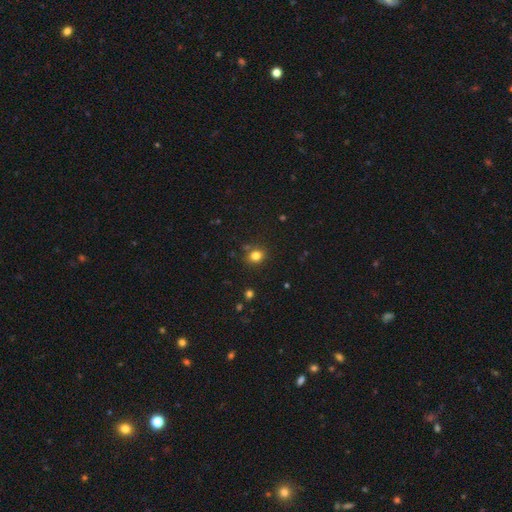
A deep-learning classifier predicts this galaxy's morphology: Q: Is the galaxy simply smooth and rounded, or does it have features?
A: smooth — 81%.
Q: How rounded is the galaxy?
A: round — 68%.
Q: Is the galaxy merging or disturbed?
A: none — 83%.